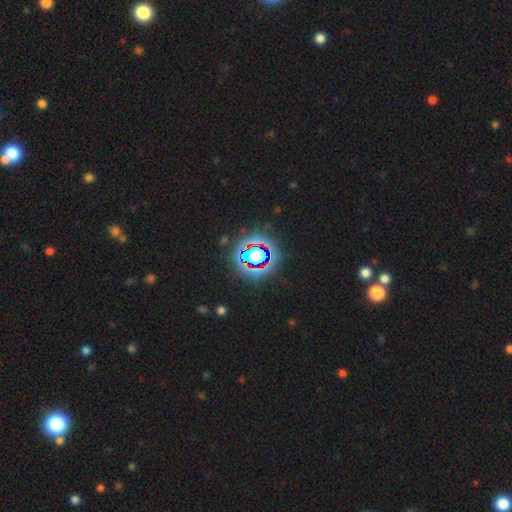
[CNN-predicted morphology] Smooth or featured: star or artifact — 65% (smooth — 21%)